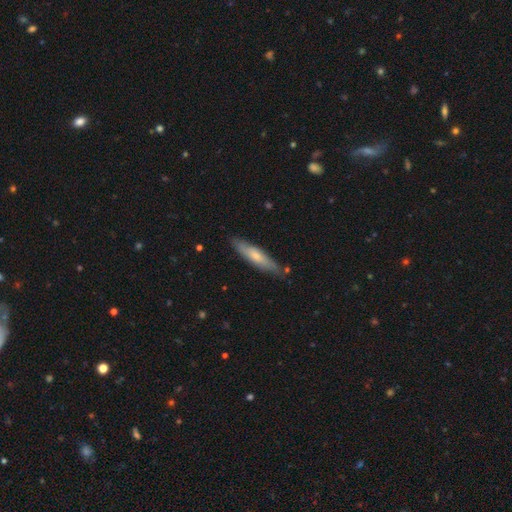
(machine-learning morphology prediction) This appears to be a smooth galaxy with no disk features (59%) that is cigar-shaped (80%). Merging: none (82%).